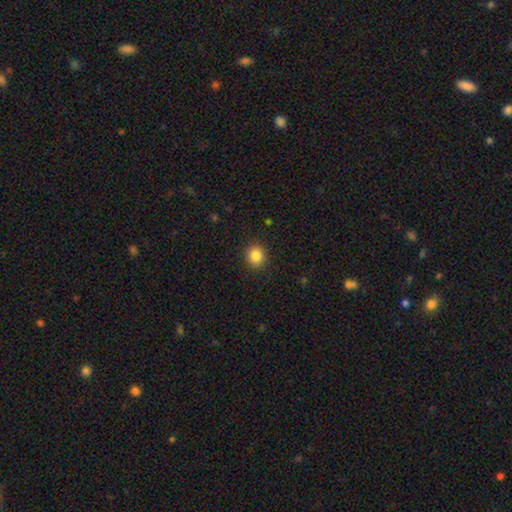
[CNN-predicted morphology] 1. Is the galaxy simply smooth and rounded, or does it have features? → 85% smooth, 10% star or artifact, 5% featured or disk.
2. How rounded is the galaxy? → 83% round, 16% in between, 1% cigar-shaped.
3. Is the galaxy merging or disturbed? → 91% none, 6% minor disturbance, 2% major disturbance, 1% merger.